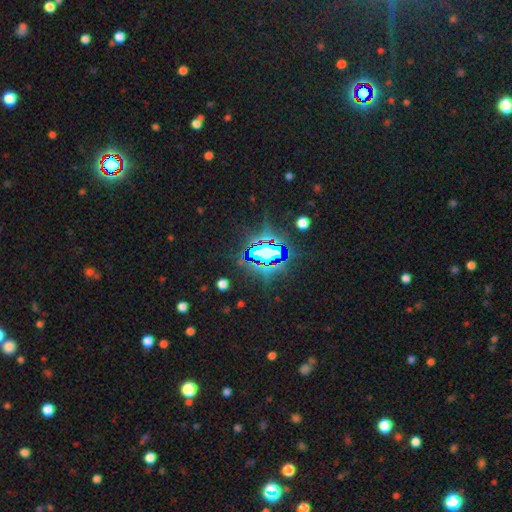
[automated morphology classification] Smooth or featured? star or artifact (82%)